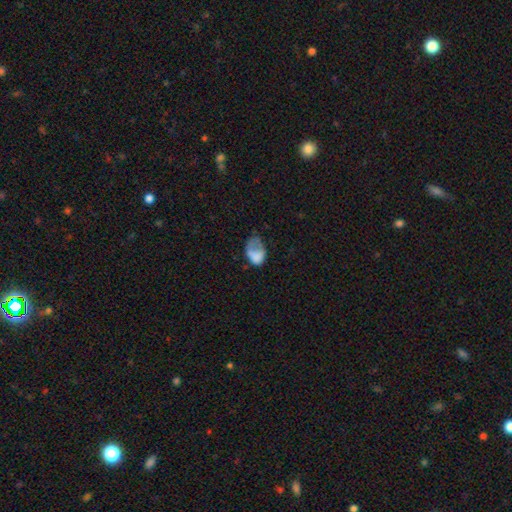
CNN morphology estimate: A smooth galaxy with no disk features (66%) that is in between round and cigar-shaped (83%).

Vote fractions:
- Smooth or featured? smooth: 66% / featured or disk: 24% / star or artifact: 10%
- How rounded? in between: 83% / round: 16% / cigar-shaped: 1%
- Merging? major disturbance: 48% / minor disturbance: 27% / none: 19% / merger: 6%